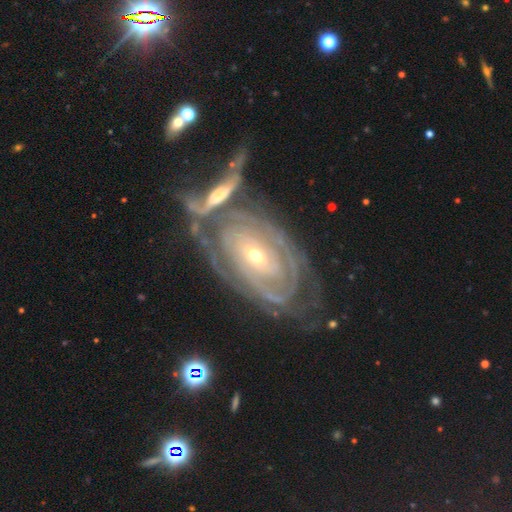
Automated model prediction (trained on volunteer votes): Morphology: type=featured or disk (87%); edge-on=no (93%); bar=no (71%); spiral arms=yes (91%); winding=tight (81%); arm count=can't tell (39%); bulge=small (65%); merging=none (38%).